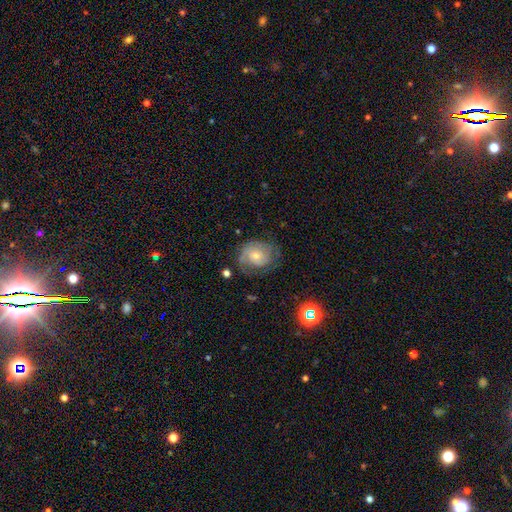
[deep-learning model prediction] Smooth or featured? Predicted: featured or disk (p=0.67). Edge-on disk? Predicted: no (p=0.97). Bar? Predicted: no (p=0.71). Spiral arms? Predicted: yes (p=0.88). Spiral winding? Predicted: tight (p=0.52). Spiral arm count? Predicted: 2 (p=0.45). Bulge size? Predicted: small (p=0.53). Merging? Predicted: none (p=0.63).